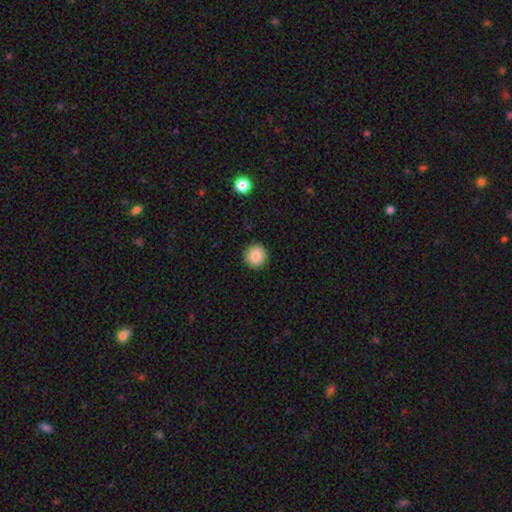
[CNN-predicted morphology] Smooth or featured?
  - smooth: 88% *
  - star or artifact: 9%
  - featured or disk: 3%
How rounded?
  - round: 94% *
  - in between: 5%
  - cigar-shaped: 1%
Merging?
  - none: 92% *
  - minor disturbance: 5%
  - major disturbance: 2%
  - merger: 1%